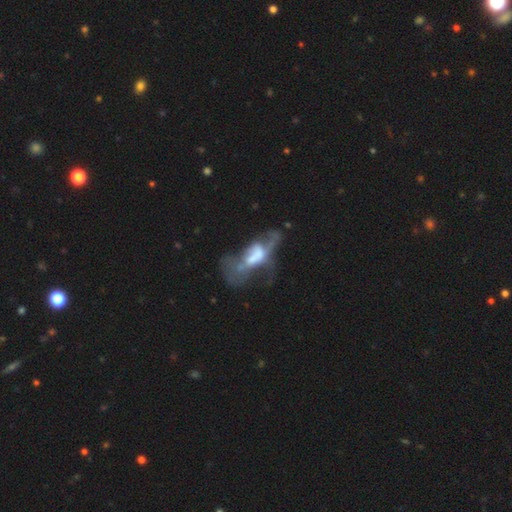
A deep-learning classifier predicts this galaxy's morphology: Smooth or featured? featured or disk (55%)
Edge-on disk? no (88%)
Merging? major disturbance (45%)